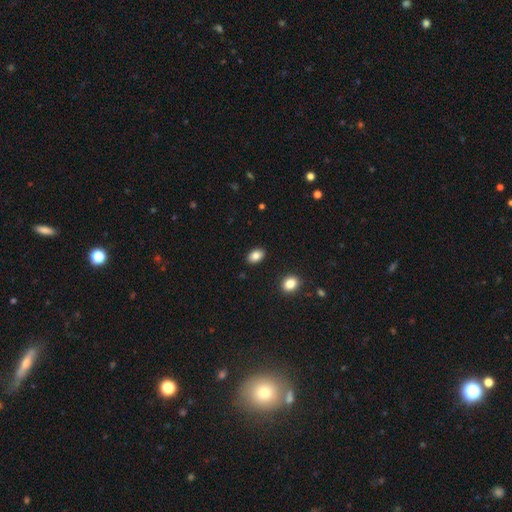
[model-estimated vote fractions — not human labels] A smooth galaxy with no disk features (86%) that is in between round and cigar-shaped (86%). Merging: none (88%).